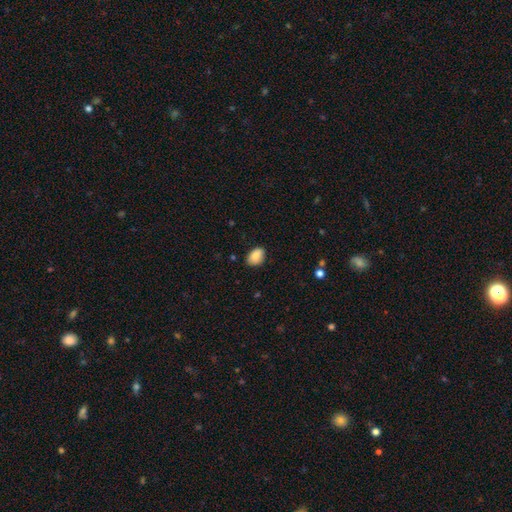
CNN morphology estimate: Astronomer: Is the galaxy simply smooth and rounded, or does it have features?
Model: smooth — 87%.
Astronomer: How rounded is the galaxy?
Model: in between — 85%.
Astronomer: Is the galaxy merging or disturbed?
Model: none — 82%.